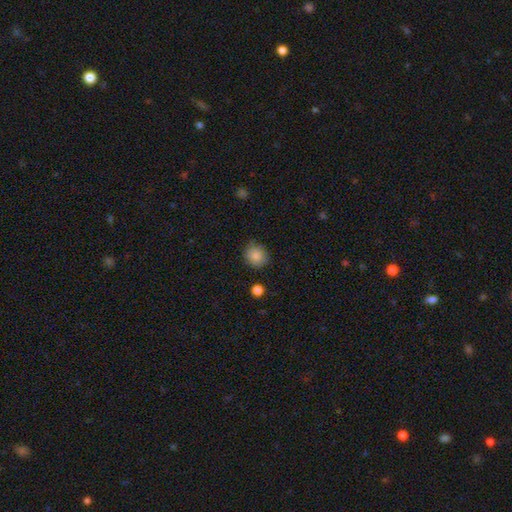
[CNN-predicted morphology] Smooth or featured? Predicted: smooth (p=0.86). How rounded? Predicted: round (p=0.84). Merging? Predicted: none (p=0.80).